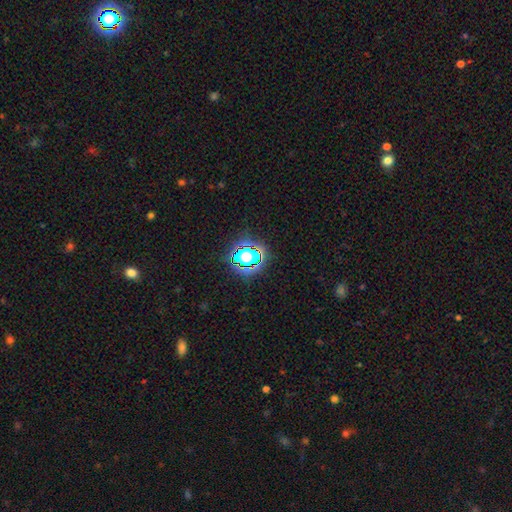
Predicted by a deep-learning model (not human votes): A star or artifact, not a galaxy (52%).